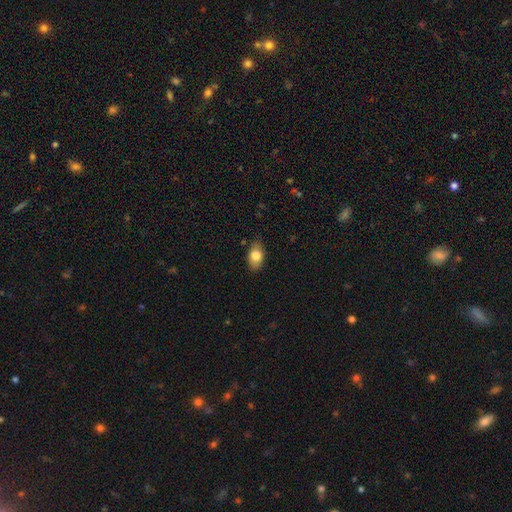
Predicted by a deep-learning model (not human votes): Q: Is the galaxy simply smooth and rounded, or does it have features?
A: smooth — 78%.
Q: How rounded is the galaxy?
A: in between — 87%.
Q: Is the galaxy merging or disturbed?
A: none — 81%.